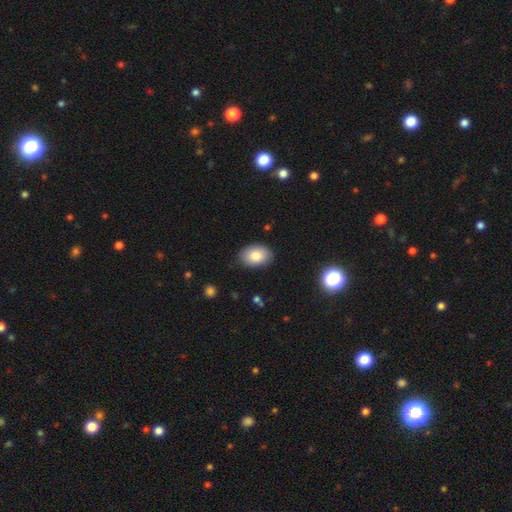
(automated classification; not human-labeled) Smooth or featured? Predicted: smooth (p=0.83). How rounded? Predicted: in between (p=0.87). Merging? Predicted: none (p=0.85).